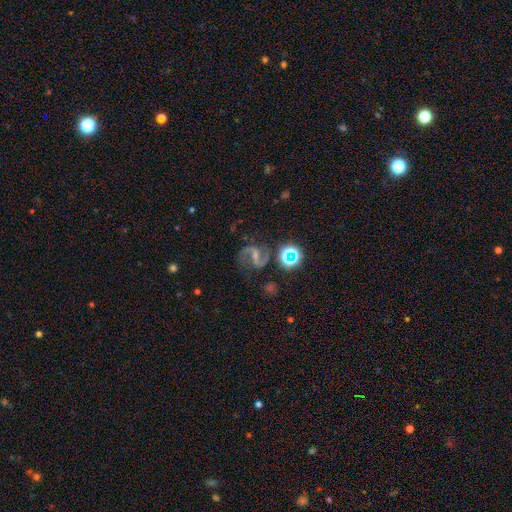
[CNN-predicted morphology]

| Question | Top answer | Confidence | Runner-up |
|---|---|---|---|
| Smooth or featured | featured or disk | 81% | star or artifact (13%) |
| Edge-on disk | no | 98% | yes (2%) |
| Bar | strong | 44% | weak (40%) |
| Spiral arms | yes | 96% | no (4%) |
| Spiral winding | medium | 49% | loose (42%) |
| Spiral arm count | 2 | 92% | 1 (3%) |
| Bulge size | small | 58% | moderate (28%) |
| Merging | none | 72% | minor disturbance (15%) |